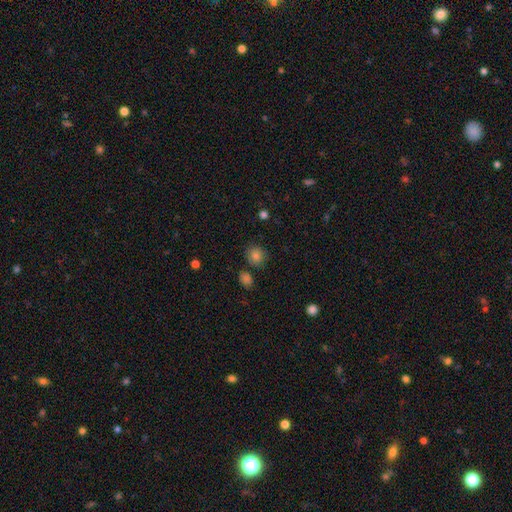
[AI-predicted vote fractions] Smooth or featured? smooth (81%)
How rounded? round (84%)
Merging? none (80%)